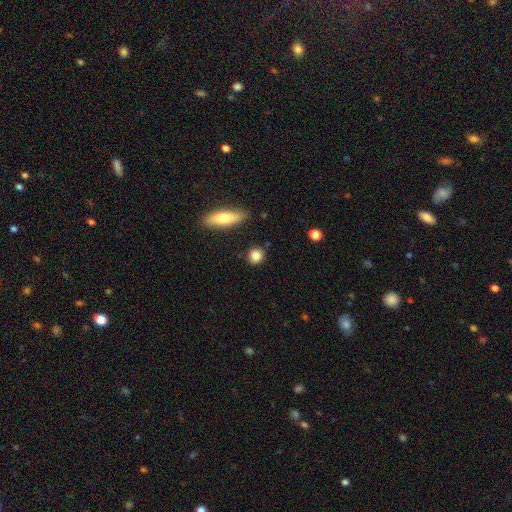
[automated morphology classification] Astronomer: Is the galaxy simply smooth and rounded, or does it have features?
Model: smooth — 84%.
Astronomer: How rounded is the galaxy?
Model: round — 80%.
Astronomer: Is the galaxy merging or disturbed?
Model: none — 86%.